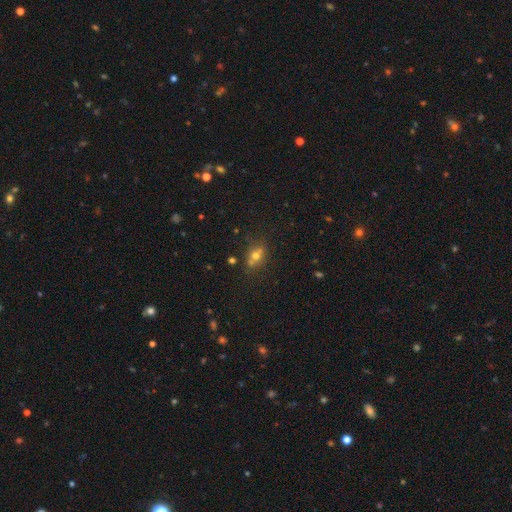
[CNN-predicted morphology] Smooth or featured? smooth (61%)
How rounded? in between (49%)
Merging? none (61%)